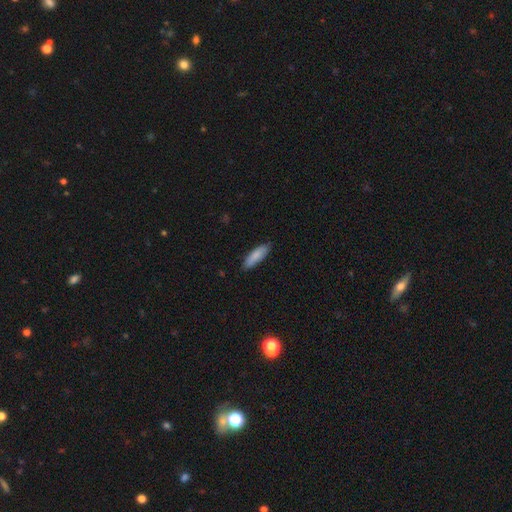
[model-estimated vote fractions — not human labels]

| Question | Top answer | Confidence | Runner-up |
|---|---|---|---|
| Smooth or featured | smooth | 86% | featured or disk (9%) |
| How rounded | cigar-shaped | 57% | in between (41%) |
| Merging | none | 84% | minor disturbance (13%) |